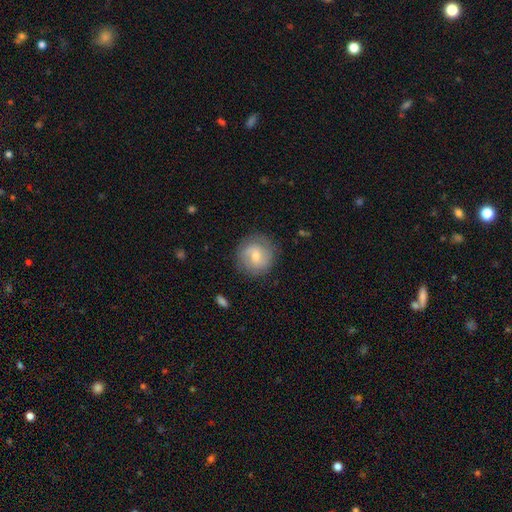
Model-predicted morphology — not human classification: Smooth or featured? Predicted: smooth (p=0.53). How rounded? Predicted: round (p=0.92). Merging? Predicted: none (p=0.81).